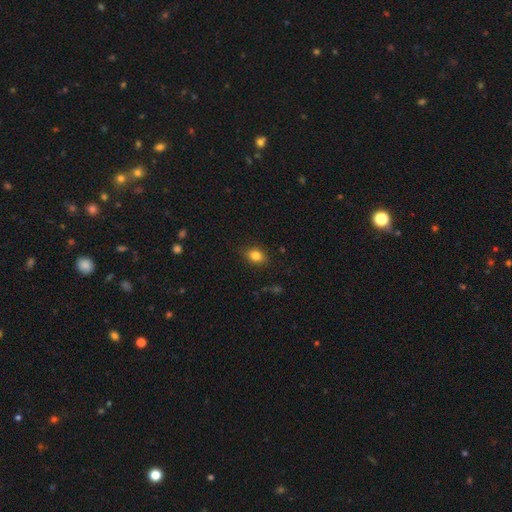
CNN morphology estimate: smooth_or_featured: smooth (p=0.82) [alt: star or artifact p=0.11]
how_rounded: in between (p=0.63) [alt: round p=0.36]
merging: none (p=0.86) [alt: minor disturbance p=0.11]